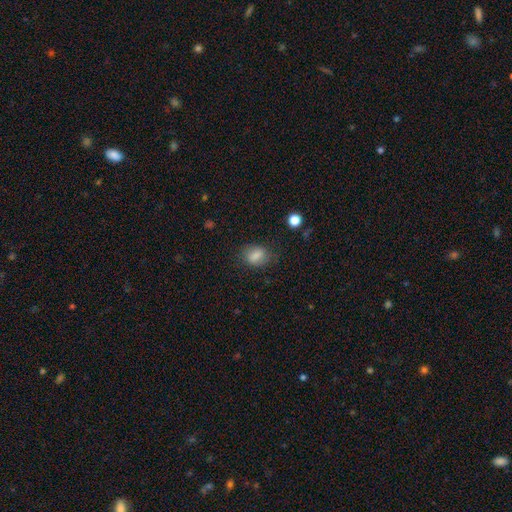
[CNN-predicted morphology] A smooth galaxy with no disk features (81%) that is in between round and cigar-shaped (68%). Merging: none (71%).